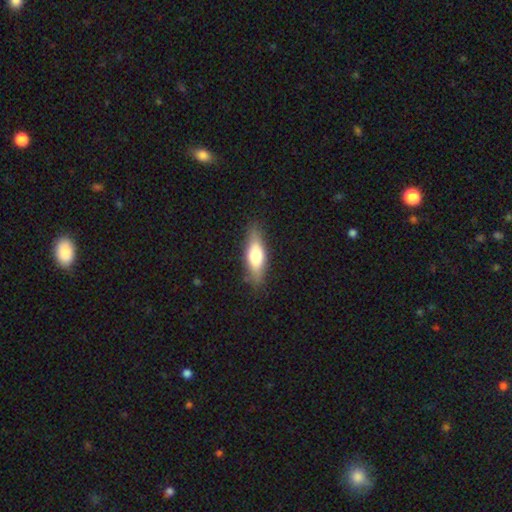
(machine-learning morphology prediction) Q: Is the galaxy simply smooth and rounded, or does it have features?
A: smooth — 62%.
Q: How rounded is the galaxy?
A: in between — 53%.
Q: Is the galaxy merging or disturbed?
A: none — 83%.